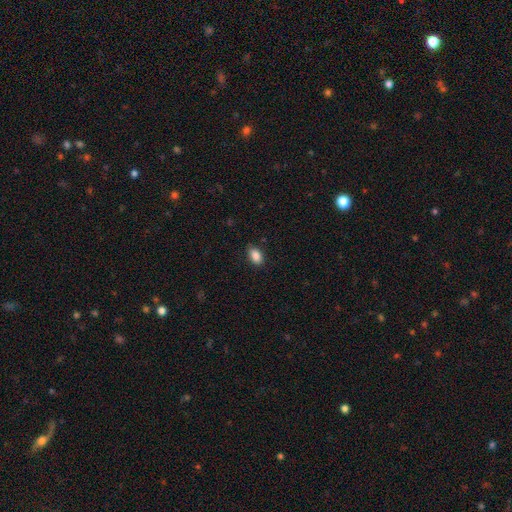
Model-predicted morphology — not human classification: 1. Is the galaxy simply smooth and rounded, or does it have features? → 88% smooth, 8% star or artifact, 4% featured or disk.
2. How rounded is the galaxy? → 89% in between, 9% round, 2% cigar-shaped.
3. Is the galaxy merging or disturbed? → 83% none, 14% minor disturbance, 3% major disturbance, 1% merger.